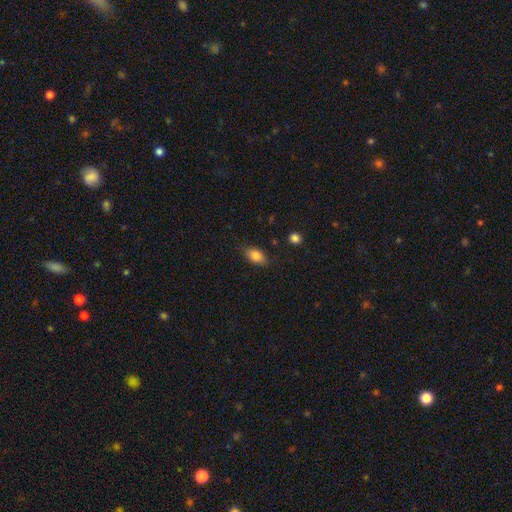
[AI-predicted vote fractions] smooth_or_featured: smooth (p=0.82) [alt: featured or disk p=0.10]
how_rounded: in between (p=0.87) [alt: round p=0.08]
merging: none (p=0.82) [alt: minor disturbance p=0.14]